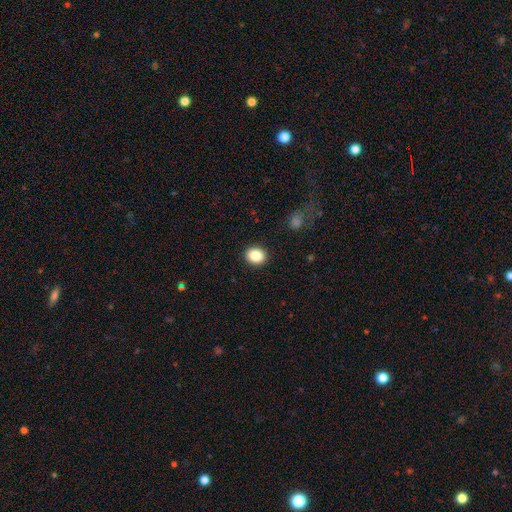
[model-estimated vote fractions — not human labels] smooth_or_featured: smooth (p=0.86) [alt: star or artifact p=0.09]
how_rounded: round (p=0.68) [alt: in between p=0.32]
merging: none (p=0.91) [alt: minor disturbance p=0.06]